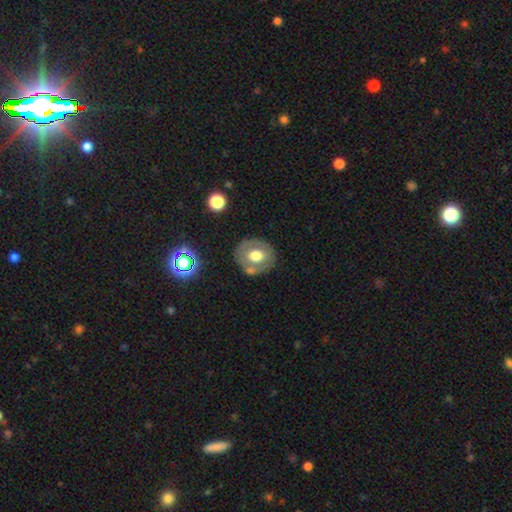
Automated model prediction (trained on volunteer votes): Smooth or featured? smooth (55%)
How rounded? round (68%)
Merging? none (71%)